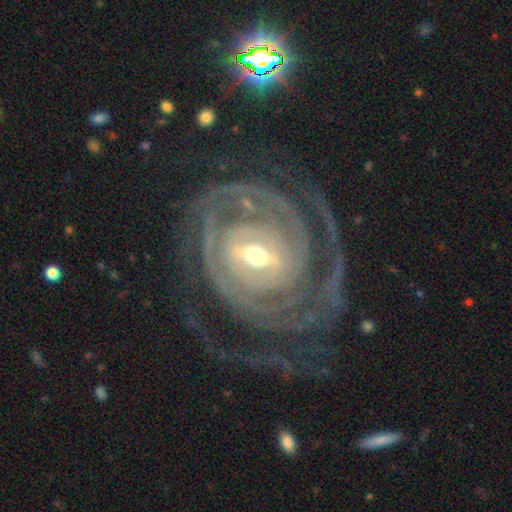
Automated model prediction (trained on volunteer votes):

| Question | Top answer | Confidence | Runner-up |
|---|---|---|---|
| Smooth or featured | featured or disk | 91% | star or artifact (4%) |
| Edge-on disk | no | 97% | yes (3%) |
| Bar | strong | 45% | weak (39%) |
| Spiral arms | yes | 96% | no (4%) |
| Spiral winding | tight | 72% | medium (21%) |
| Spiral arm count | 2 | 31% | can't tell (23%) |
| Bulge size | moderate | 51% | small (42%) |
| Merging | none | 66% | major disturbance (17%) |